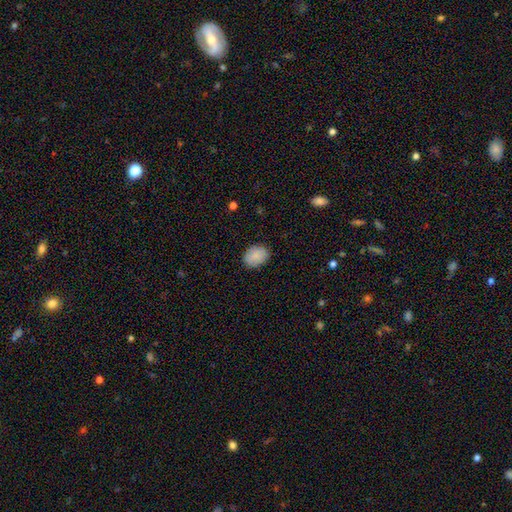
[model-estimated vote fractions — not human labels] smooth_or_featured: smooth (p=0.87) [alt: star or artifact p=0.07]
how_rounded: in between (p=0.65) [alt: round p=0.34]
merging: none (p=0.87) [alt: minor disturbance p=0.10]